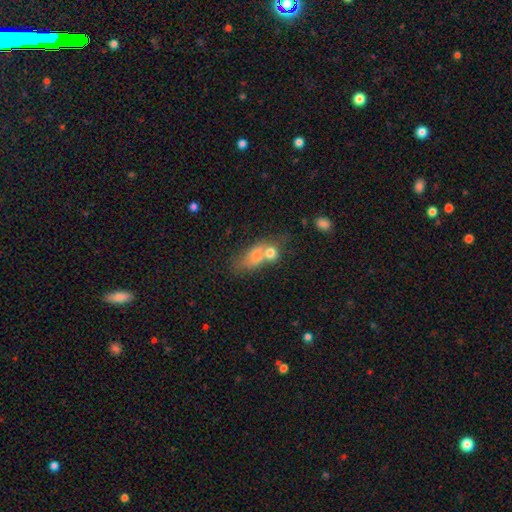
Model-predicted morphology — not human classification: A smooth galaxy with no disk features (65%) that is in between round and cigar-shaped (69%).

Vote fractions:
- Smooth or featured? smooth: 65% / featured or disk: 23% / star or artifact: 13%
- How rounded? in between: 69% / round: 23% / cigar-shaped: 8%
- Merging? merger: 50% / none: 20% / major disturbance: 17% / minor disturbance: 13%